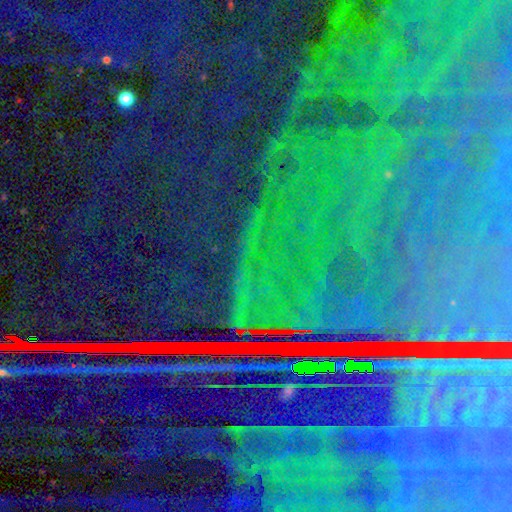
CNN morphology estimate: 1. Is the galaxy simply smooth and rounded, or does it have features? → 85% star or artifact, 8% smooth, 7% featured or disk.